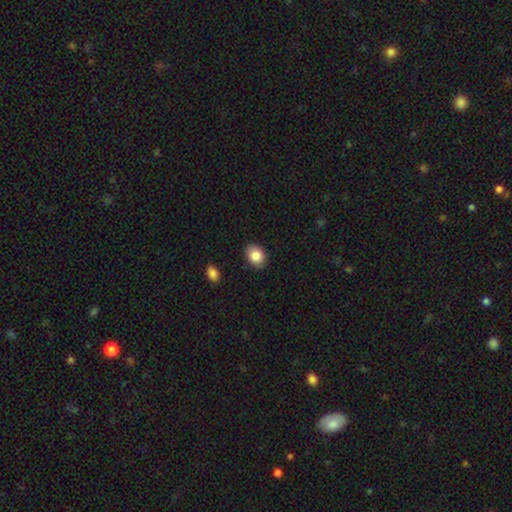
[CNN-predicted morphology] This is clearly a smooth galaxy (85%). How rounded: likely in between (72%). Merging: clearly none (87%).